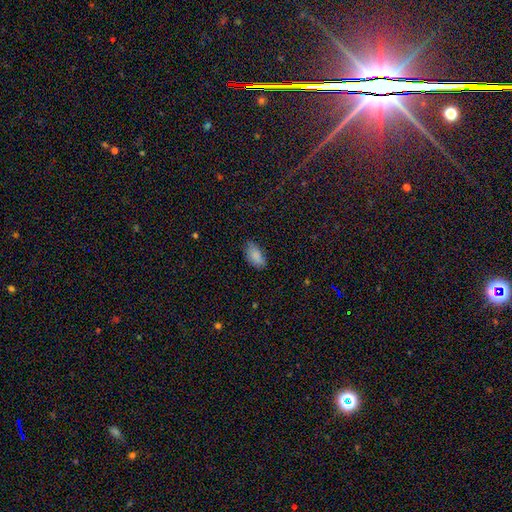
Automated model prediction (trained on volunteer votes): The model was most divided on "merging": none: 76%, minor disturbance: 19%, major disturbance: 4%, merger: 1%. More confident: how rounded — in between (93%); smooth or featured — smooth (86%).